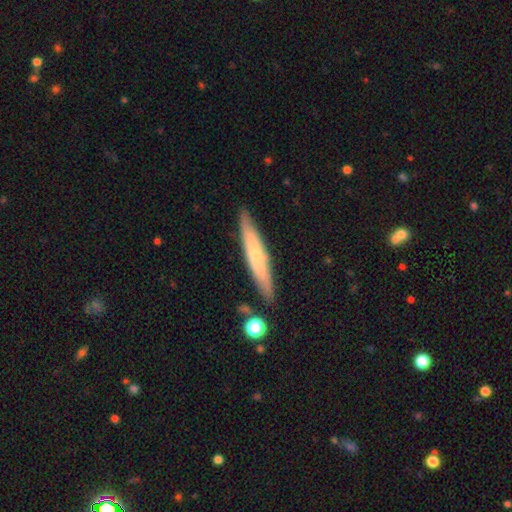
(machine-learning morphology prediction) Smooth or featured?
  - smooth: 56% *
  - featured or disk: 38%
  - star or artifact: 6%
How rounded?
  - cigar-shaped: 93% *
  - in between: 6%
  - round: 1%
Merging?
  - none: 85% *
  - minor disturbance: 10%
  - merger: 3%
  - major disturbance: 2%